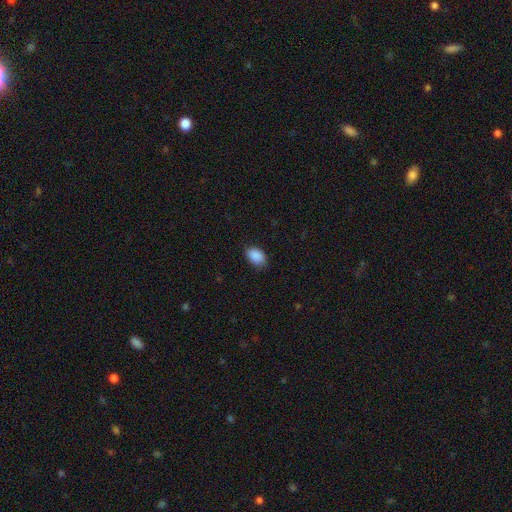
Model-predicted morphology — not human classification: Smooth or featured? Predicted: smooth (p=0.90). How rounded? Predicted: in between (p=0.87). Merging? Predicted: none (p=0.83).